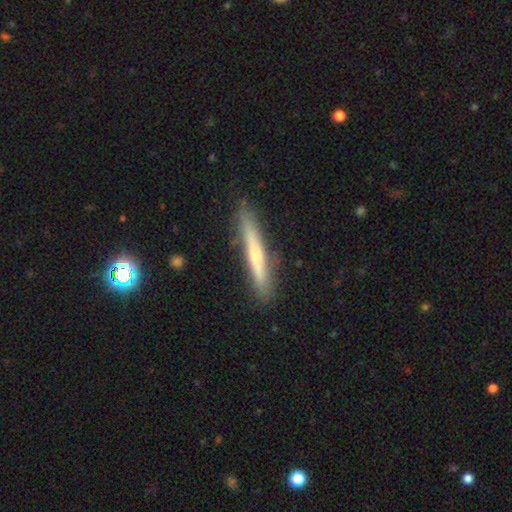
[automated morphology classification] type=smooth (57%); roundness=cigar-shaped (95%); merging=none (83%).